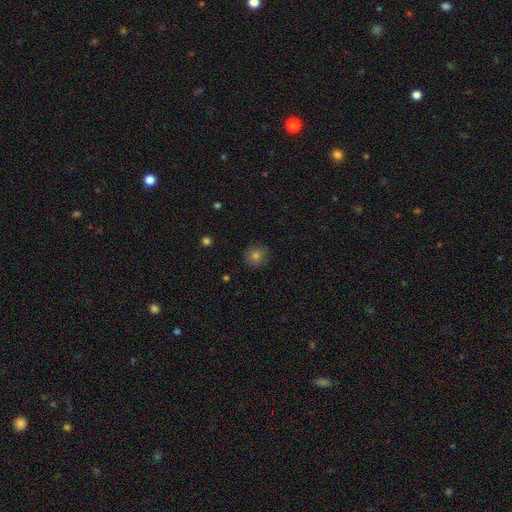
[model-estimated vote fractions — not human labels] Smooth or featured: smooth — 75% (star or artifact — 14%)
How rounded: round — 92% (in between — 7%)
Merging: none — 89% (minor disturbance — 8%)